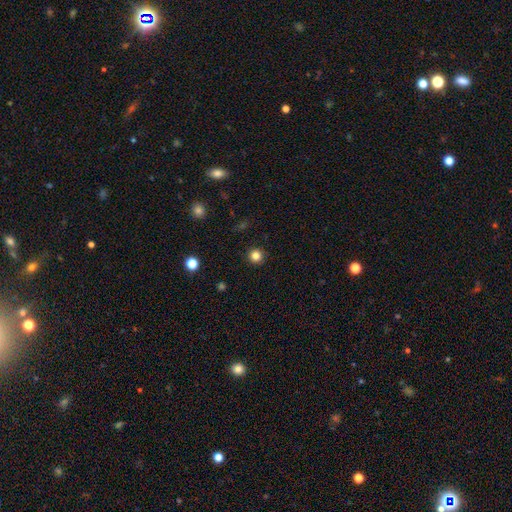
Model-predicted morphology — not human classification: Smooth or featured?
  - smooth: 83% *
  - star or artifact: 13%
  - featured or disk: 5%
How rounded?
  - round: 96% *
  - in between: 3%
  - cigar-shaped: 1%
Merging?
  - none: 92% *
  - minor disturbance: 5%
  - major disturbance: 2%
  - merger: 1%